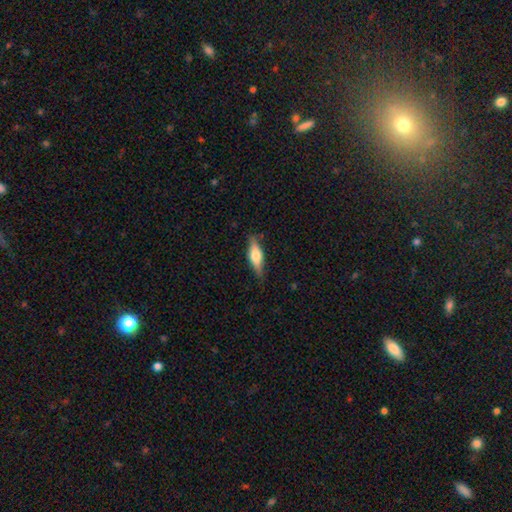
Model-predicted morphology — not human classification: smooth 50%, featured or disk 44%, star or artifact 6%. Down the decision tree: merging — none (83%).